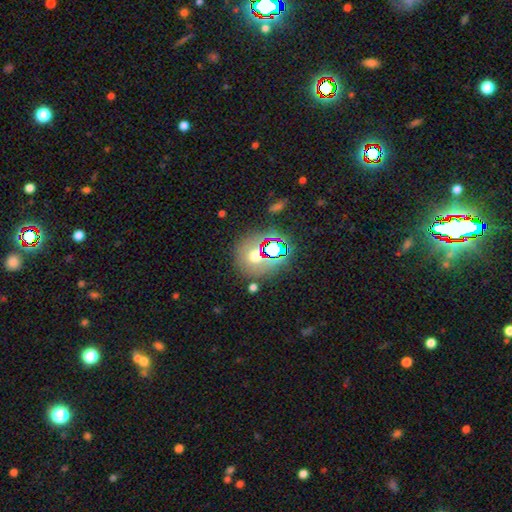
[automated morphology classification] This appears to be a smooth galaxy with no disk features (52%) that is round (75%). Merging: none (66%).